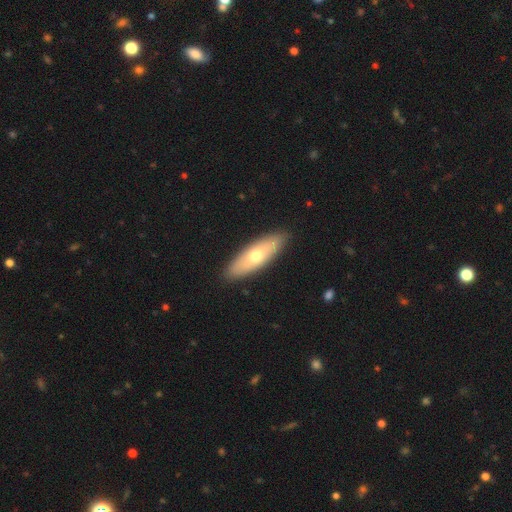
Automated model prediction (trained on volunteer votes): Overall: smooth (58%; featured or disk 37%). How rounded: in between (57%; cigar-shaped 41%). Merging: none (90%).